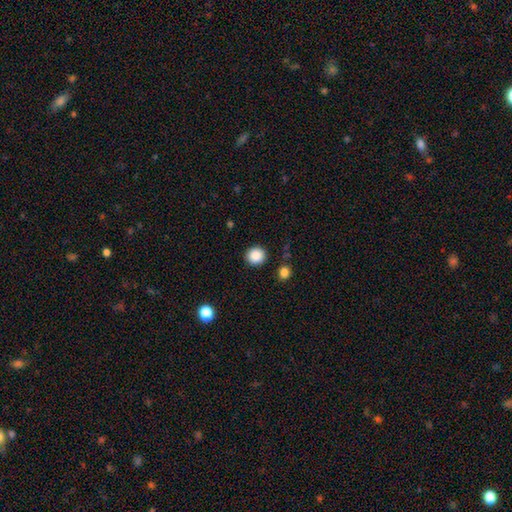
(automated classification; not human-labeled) Q: Smooth or featured?
A: smooth (88%); runner-up: star or artifact (9%)
Q: How rounded?
A: round (91%); runner-up: in between (8%)
Q: Merging?
A: none (90%); runner-up: minor disturbance (6%)